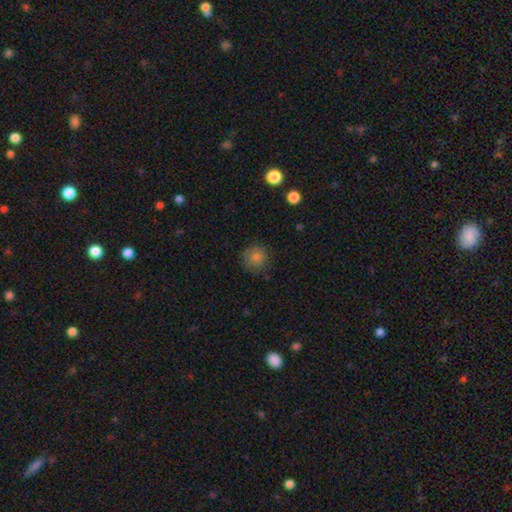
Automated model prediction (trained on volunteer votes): The model was most divided on "smooth or featured": smooth: 78%, star or artifact: 14%, featured or disk: 8%. More confident: how rounded — round (93%); merging — none (84%).